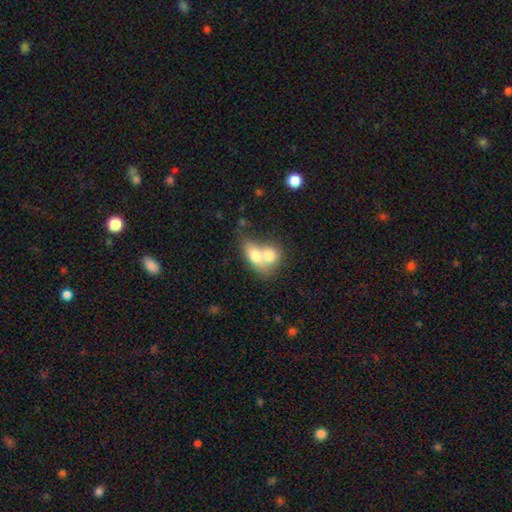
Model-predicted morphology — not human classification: This is likely a smooth galaxy (70%). How rounded: likely in between (71%). Merging: likely merger (76%).